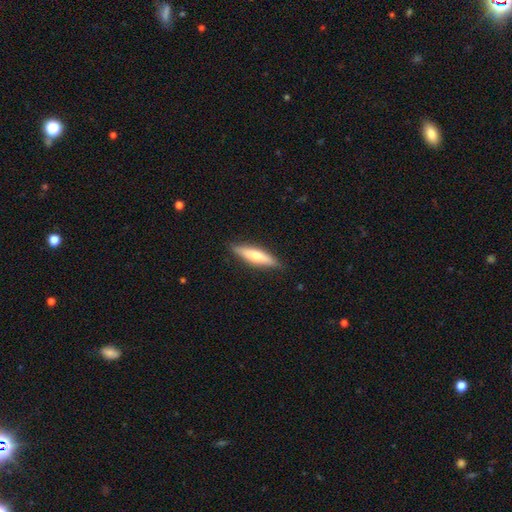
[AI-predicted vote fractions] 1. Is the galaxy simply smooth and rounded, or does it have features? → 56% smooth, 38% featured or disk, 5% star or artifact.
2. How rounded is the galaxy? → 78% cigar-shaped, 21% in between, 2% round.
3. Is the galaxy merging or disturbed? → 88% none, 9% minor disturbance, 2% major disturbance, 1% merger.